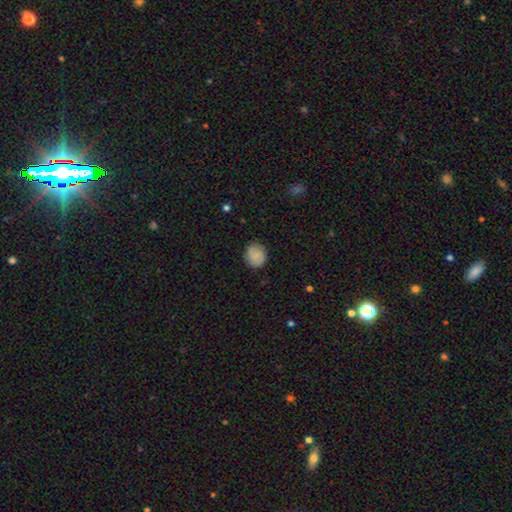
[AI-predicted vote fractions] Q: Smooth or featured?
A: smooth (78%); runner-up: featured or disk (14%)
Q: How rounded?
A: round (77%); runner-up: in between (22%)
Q: Merging?
A: none (86%); runner-up: minor disturbance (10%)